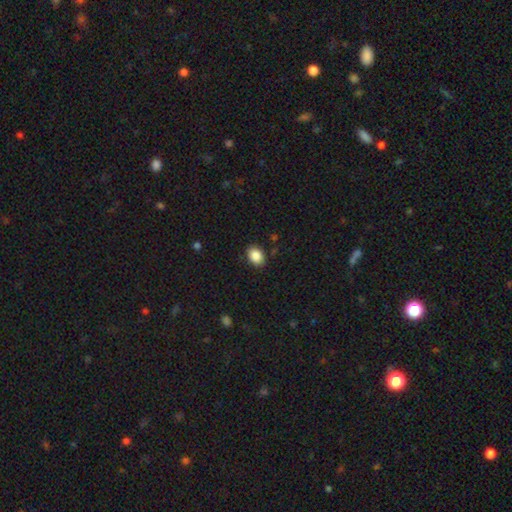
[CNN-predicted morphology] A smooth galaxy with no disk features (88%) that is in between round and cigar-shaped (72%). Merging: none (88%).